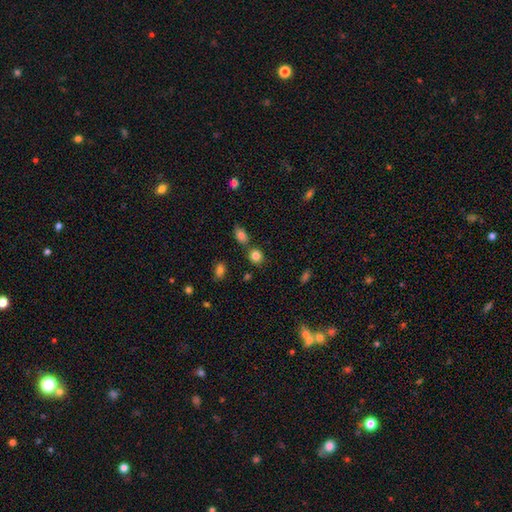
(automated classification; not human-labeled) Smooth or featured? Predicted: smooth (p=0.84). How rounded? Predicted: round (p=0.72). Merging? Predicted: none (p=0.69).